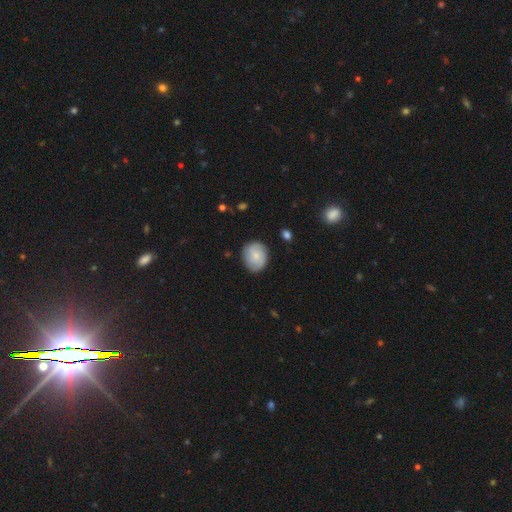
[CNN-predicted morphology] Smooth or featured? smooth (68%)
How rounded? round (63%)
Merging? none (81%)